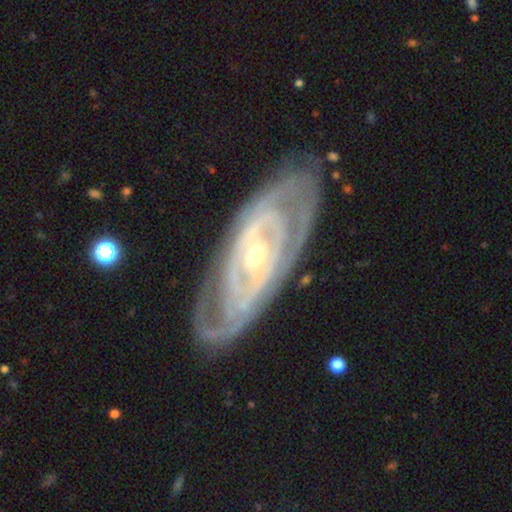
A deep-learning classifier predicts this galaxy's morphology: type=featured or disk (88%); edge-on=no (89%); bar=no (51%); spiral arms=yes (90%); winding=tight (73%); arm count=can't tell (36%); bulge=small (56%); merging=none (78%).